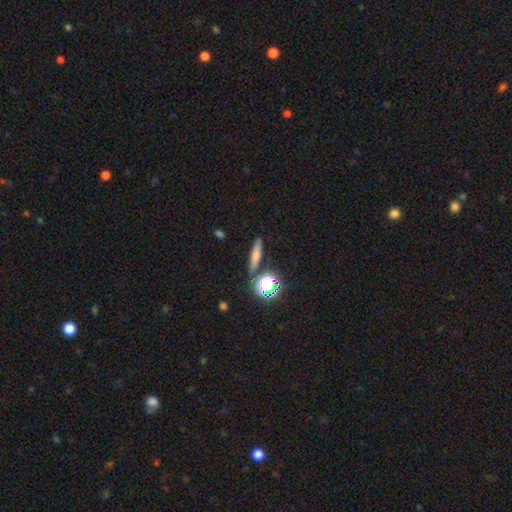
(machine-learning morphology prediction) This appears to be a smooth galaxy with no disk features (59%) that is cigar-shaped (71%). Merging: none (83%).